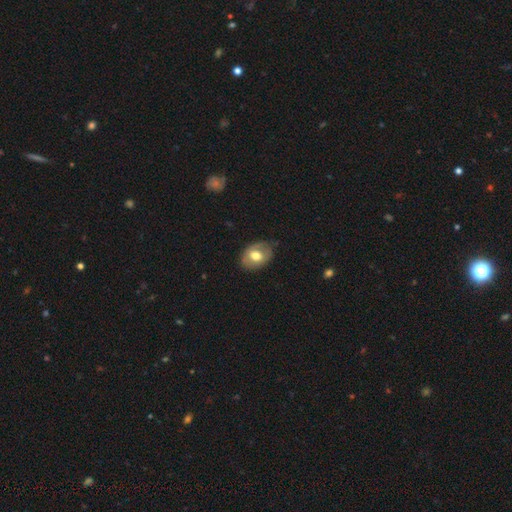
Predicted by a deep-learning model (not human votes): smooth 62%, featured or disk 31%, star or artifact 7%. Down the decision tree: how rounded — in between (70%); merging — none (77%).